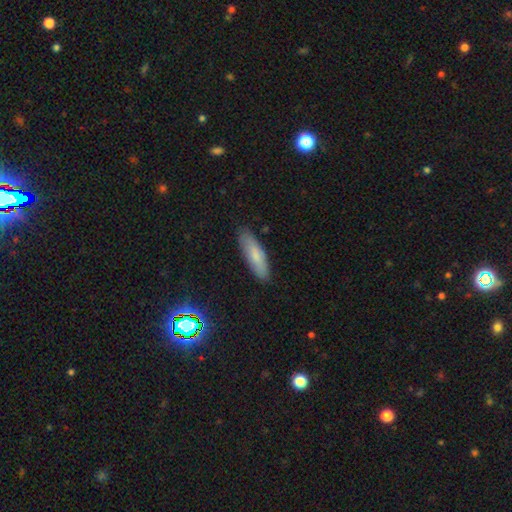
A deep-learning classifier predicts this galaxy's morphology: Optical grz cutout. It shows a smooth galaxy with no disk features (77%) that is cigar-shaped (57%). Merging: none (86%).